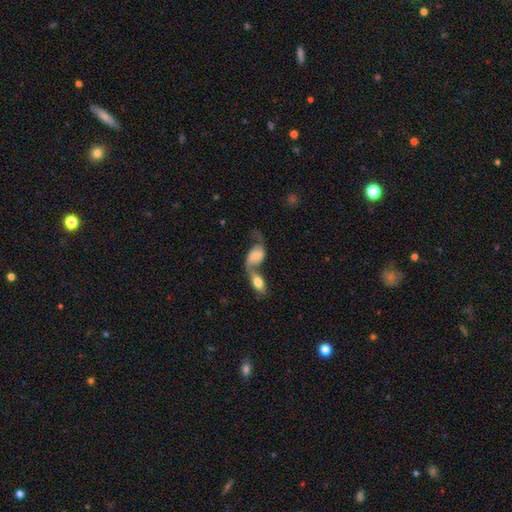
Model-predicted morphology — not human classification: smooth-or-featured: featured or disk: 59% | smooth: 33% | star or artifact: 8%
  disk-edge-on: no: 94% | yes: 6%
    bar: no: 43% | weak: 39% | strong: 18%
    has-spiral-arms: yes: 85% | no: 15%
    bulge-size: none: 34% | large: 22% | moderate: 20% | small: 18% | dominant: 6%
  merging: merger: 58% | none: 21% | major disturbance: 11% | minor disturbance: 10%